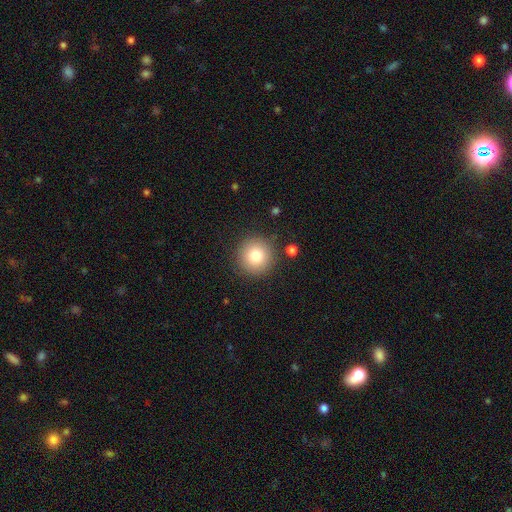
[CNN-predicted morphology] Overall: smooth (80%). How rounded: round (95%). Merging: none (88%).